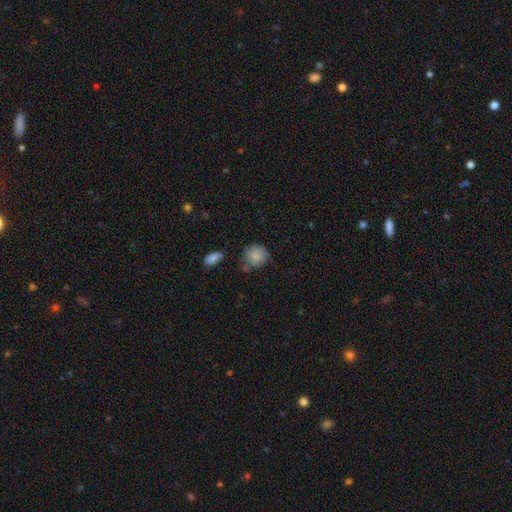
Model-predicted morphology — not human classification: Smooth or featured?
  - smooth: 84% *
  - featured or disk: 8%
  - star or artifact: 8%
How rounded?
  - round: 85% *
  - in between: 14%
  - cigar-shaped: 1%
Merging?
  - none: 64% *
  - minor disturbance: 23%
  - merger: 7%
  - major disturbance: 5%